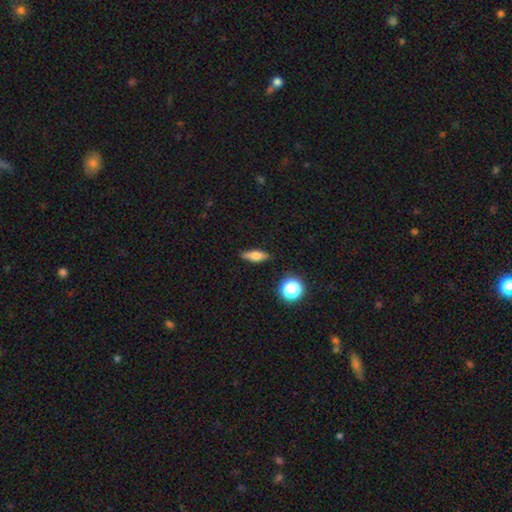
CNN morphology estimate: Smooth or featured: smooth — 59% (featured or disk — 31%)
How rounded: cigar-shaped — 48% (in between — 45%)
Merging: none — 86% (minor disturbance — 10%)